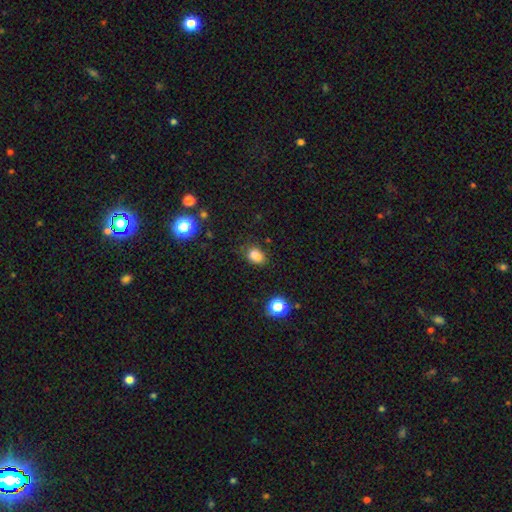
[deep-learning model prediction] smooth_or_featured: smooth (p=0.77) [alt: star or artifact p=0.15]
how_rounded: in between (p=0.64) [alt: round p=0.34]
merging: none (p=0.50) [alt: merger p=0.22]